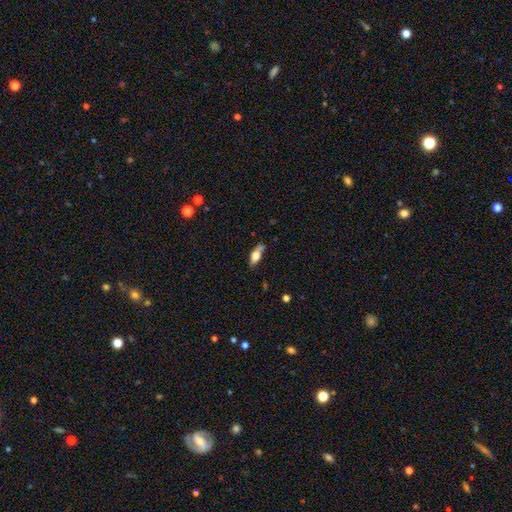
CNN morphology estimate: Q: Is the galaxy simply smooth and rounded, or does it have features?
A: smooth — 60%.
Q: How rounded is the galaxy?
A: in between — 73%.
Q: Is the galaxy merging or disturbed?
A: none — 66%.